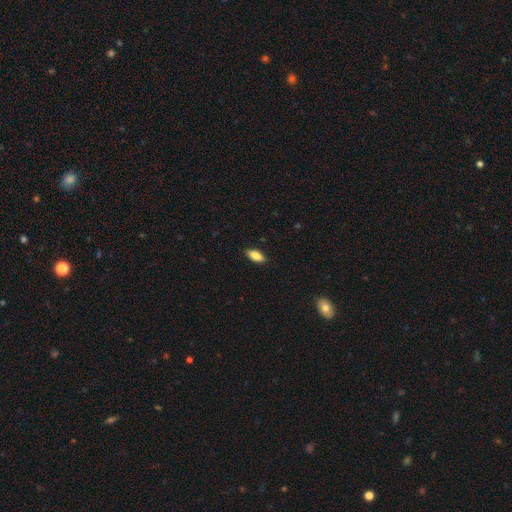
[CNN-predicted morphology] Smooth or featured? Predicted: smooth (p=0.84). How rounded? Predicted: in between (p=0.85). Merging? Predicted: none (p=0.88).